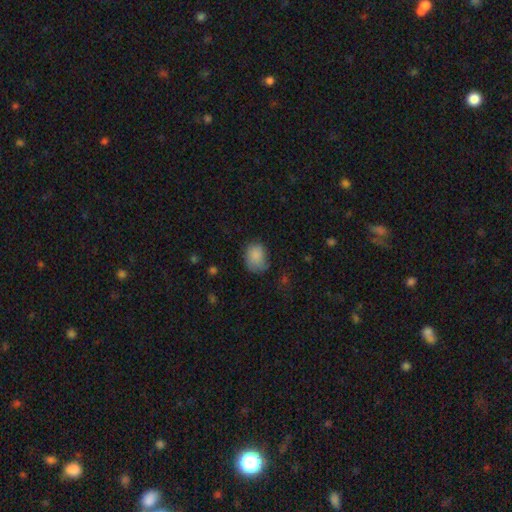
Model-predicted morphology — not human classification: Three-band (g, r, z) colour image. It shows a smooth galaxy with no disk features (85%) that is in between round and cigar-shaped (54%). Merging: none (61%).